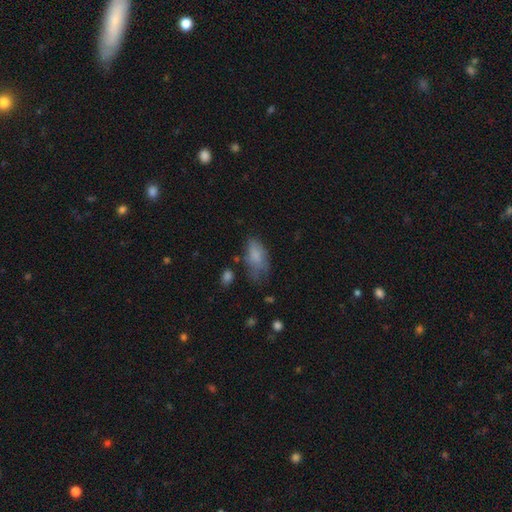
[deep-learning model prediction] Smooth or featured? Predicted: smooth (p=0.76). How rounded? Predicted: in between (p=0.91). Merging? Predicted: none (p=0.43).